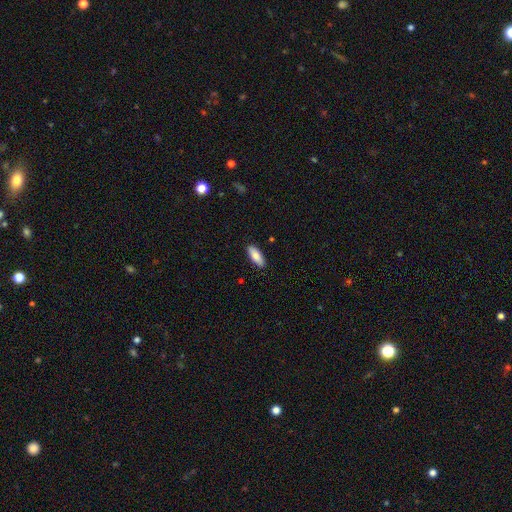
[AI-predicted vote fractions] smooth 83%, featured or disk 11%, star or artifact 6%. Down the decision tree: how rounded — in between (74%); merging — none (89%).